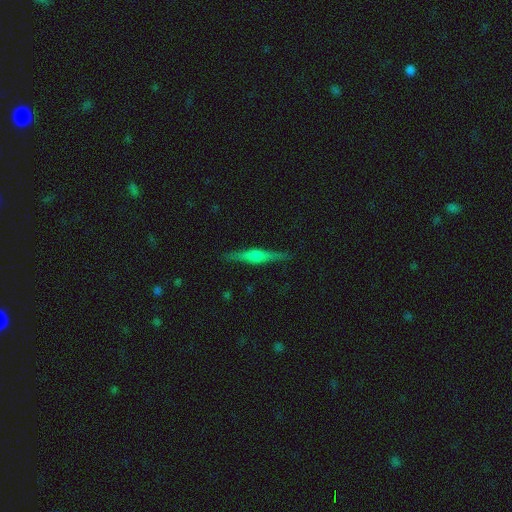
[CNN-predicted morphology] smooth-or-featured: featured or disk: 75% | smooth: 18% | star or artifact: 7%
  disk-edge-on: yes: 98% | no: 2%
    edge-on-bulge: rounded: 80% | boxy: 14% | none: 6%
  merging: none: 90% | minor disturbance: 7% | major disturbance: 2% | merger: 1%